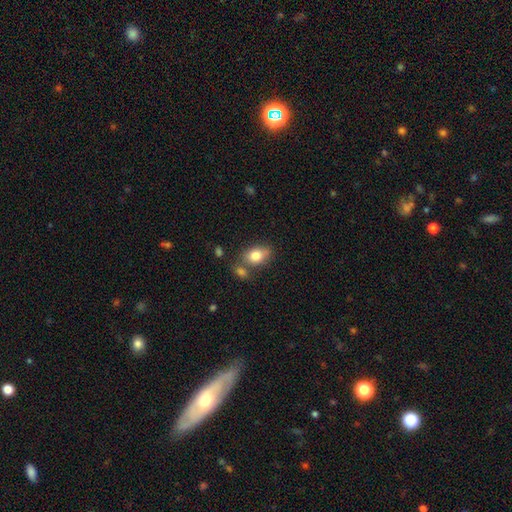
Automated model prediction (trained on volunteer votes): A smooth galaxy with no disk features (81%) that is in between round and cigar-shaped (80%). Merging: none (59%).